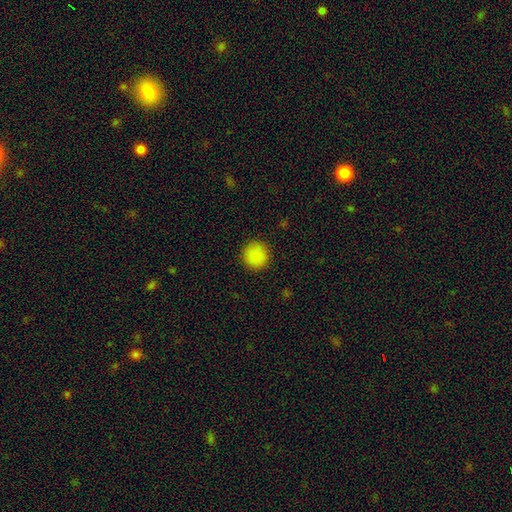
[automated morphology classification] Smooth or featured?
  - smooth: 88% *
  - star or artifact: 9%
  - featured or disk: 3%
How rounded?
  - round: 94% *
  - in between: 5%
  - cigar-shaped: 1%
Merging?
  - none: 91% *
  - minor disturbance: 6%
  - major disturbance: 2%
  - merger: 1%